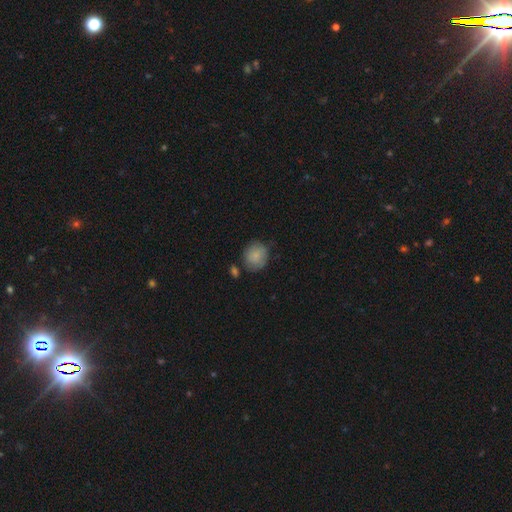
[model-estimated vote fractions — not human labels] smooth-or-featured: smooth: 80% | featured or disk: 13% | star or artifact: 7%
  how-rounded: round: 78% | in between: 21% | cigar-shaped: 1%
  merging: none: 67% | minor disturbance: 21% | merger: 6% | major disturbance: 5%